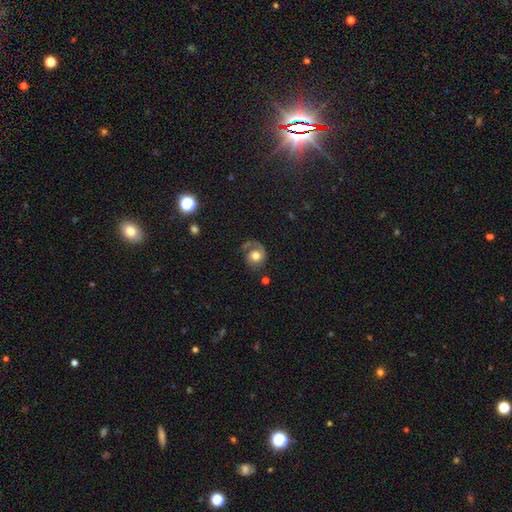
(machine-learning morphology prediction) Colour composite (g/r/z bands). It shows a featured or disk galaxy (52%) with no bar (76%), spiral arms (84%) and a moderate central bulge (50%). Merging: none (52%).